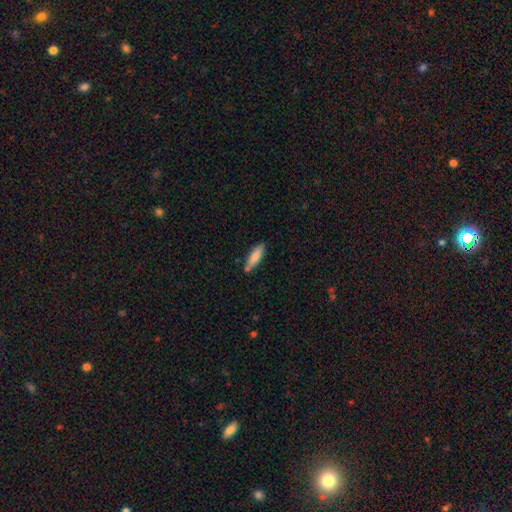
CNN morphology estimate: smooth_or_featured: smooth (p=0.80) [alt: featured or disk p=0.15]
how_rounded: cigar-shaped (p=0.61) [alt: in between p=0.38]
merging: none (p=0.77) [alt: minor disturbance p=0.16]